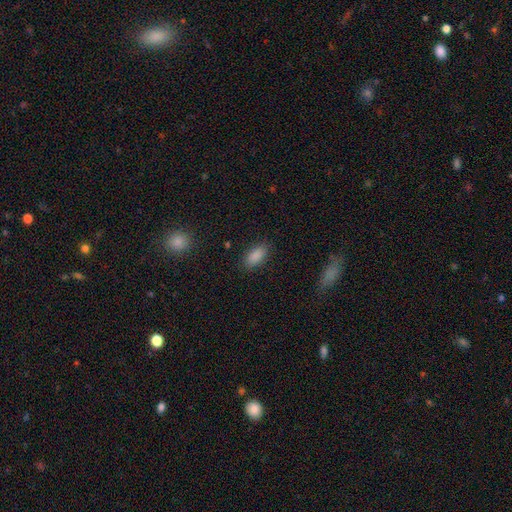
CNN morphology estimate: smooth-or-featured: smooth: 87% | star or artifact: 8% | featured or disk: 4%
  how-rounded: in between: 90% | cigar-shaped: 7% | round: 3%
  merging: none: 86% | minor disturbance: 10% | major disturbance: 3% | merger: 1%